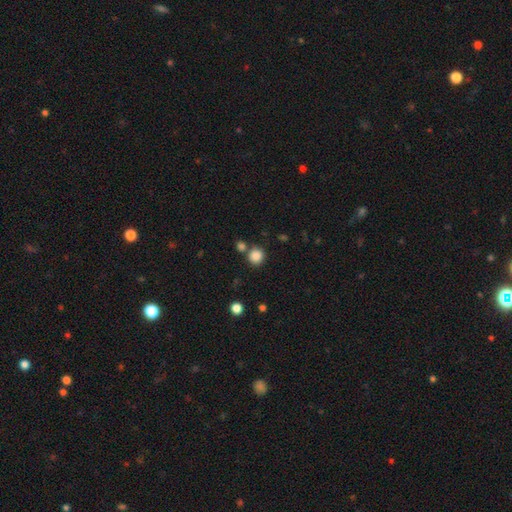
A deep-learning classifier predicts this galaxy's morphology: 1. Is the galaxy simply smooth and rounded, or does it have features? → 85% smooth, 11% star or artifact, 4% featured or disk.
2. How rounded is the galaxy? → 90% round, 9% in between, 1% cigar-shaped.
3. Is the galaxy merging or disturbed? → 71% none, 17% merger, 9% minor disturbance, 3% major disturbance.